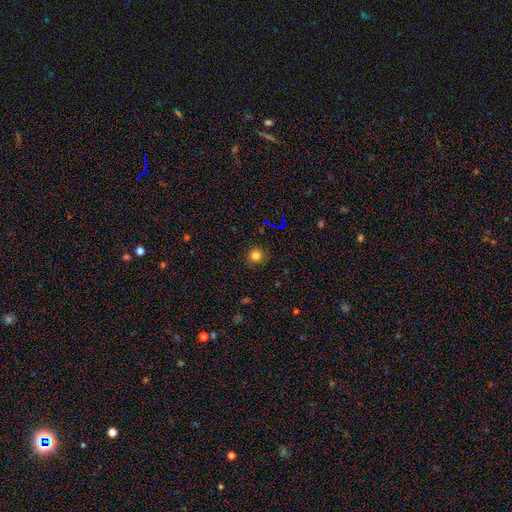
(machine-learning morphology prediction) The model was most divided on "smooth or featured": smooth: 80%, star or artifact: 15%, featured or disk: 5%. More confident: how rounded — round (92%); merging — none (89%).